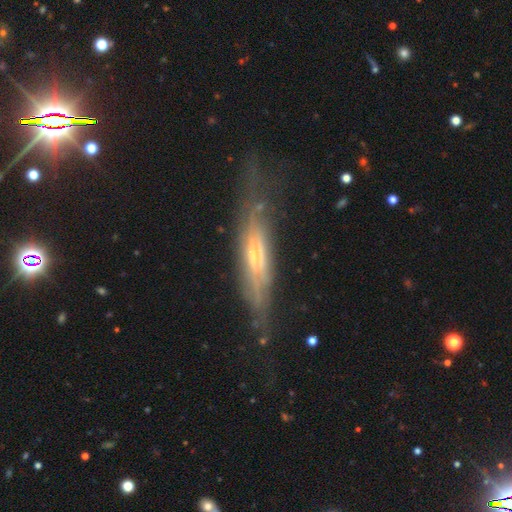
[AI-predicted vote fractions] A featured or disk galaxy (71%) viewed edge-on (82%) with a rounded central bulge (45%).

Vote fractions:
- Smooth or featured? featured or disk: 71% / smooth: 21% / star or artifact: 7%
- Edge-on disk? yes: 82% / no: 18%
- Edge-on bulge? rounded: 45% / none: 39% / boxy: 16%
- Merging? none: 63% / minor disturbance: 23% / major disturbance: 11% / merger: 2%